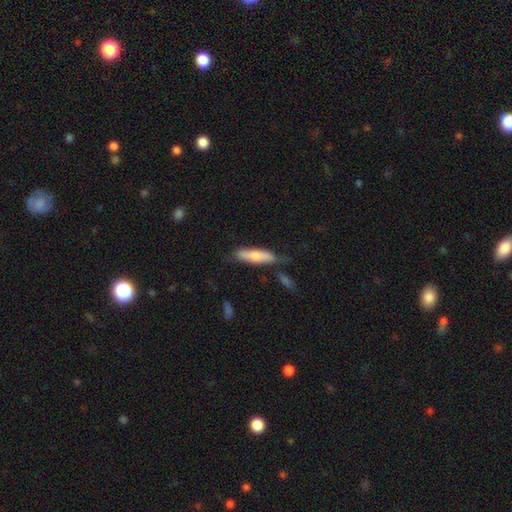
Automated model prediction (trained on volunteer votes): Smooth or featured?
  - smooth: 67% *
  - featured or disk: 28%
  - star or artifact: 6%
How rounded?
  - cigar-shaped: 64% *
  - in between: 34%
  - round: 2%
Merging?
  - none: 58% *
  - minor disturbance: 23%
  - merger: 11%
  - major disturbance: 8%